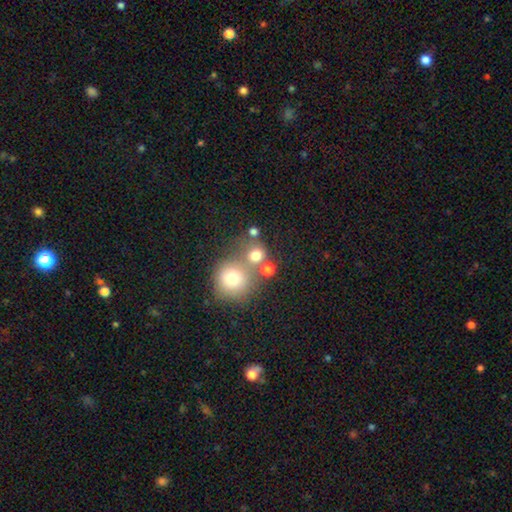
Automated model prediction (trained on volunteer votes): This appears to be a smooth galaxy with no disk features (73%) that is round (83%). Merging: none (50%).